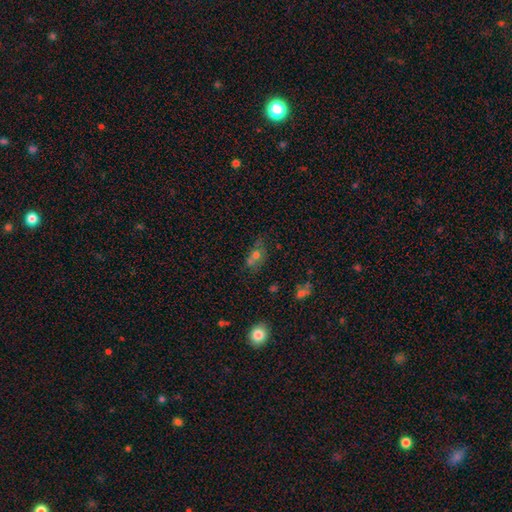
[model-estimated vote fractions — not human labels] Smooth or featured? smooth (58%)
How rounded? in between (53%)
Merging? none (43%)